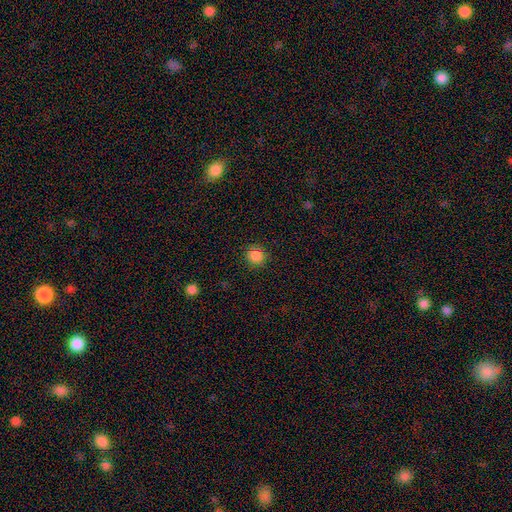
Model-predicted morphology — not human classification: A smooth galaxy with no disk features (86%) that is round (91%). Merging: none (89%).